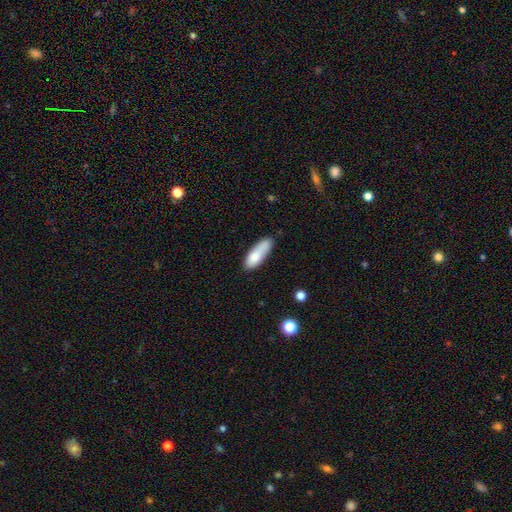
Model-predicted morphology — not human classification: type=smooth (79%); roundness=in between (61%); merging=none (52%).